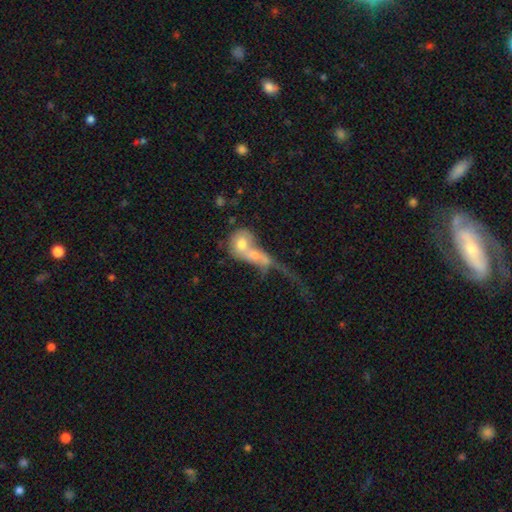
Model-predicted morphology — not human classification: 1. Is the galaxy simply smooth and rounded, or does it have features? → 53% smooth, 37% featured or disk, 10% star or artifact.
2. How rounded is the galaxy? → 50% in between, 41% round, 9% cigar-shaped.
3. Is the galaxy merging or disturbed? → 73% merger, 13% major disturbance, 9% none, 5% minor disturbance.